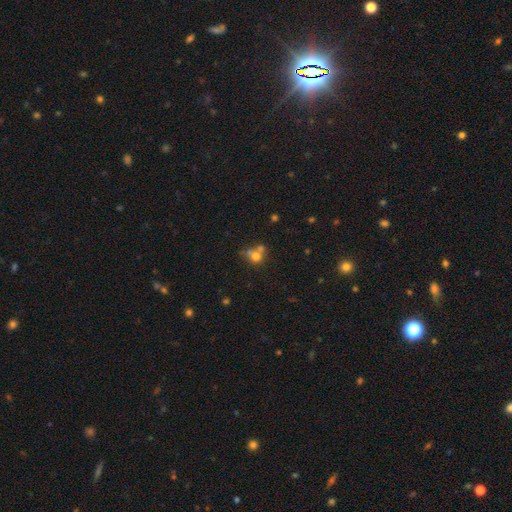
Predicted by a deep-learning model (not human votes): smooth-or-featured: smooth: 67% | featured or disk: 18% | star or artifact: 15%
  how-rounded: round: 75% | in between: 24% | cigar-shaped: 1%
  merging: merger: 49% | none: 35% | minor disturbance: 10% | major disturbance: 6%